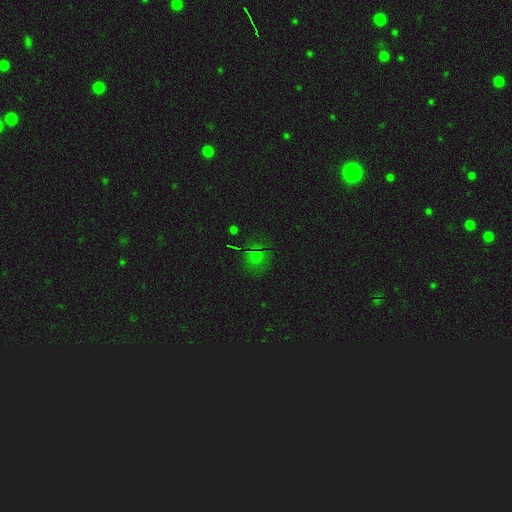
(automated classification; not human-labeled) Smooth or featured: smooth — 55% (star or artifact — 35%)
How rounded: round — 82% (in between — 16%)
Merging: none — 75% (minor disturbance — 15%)